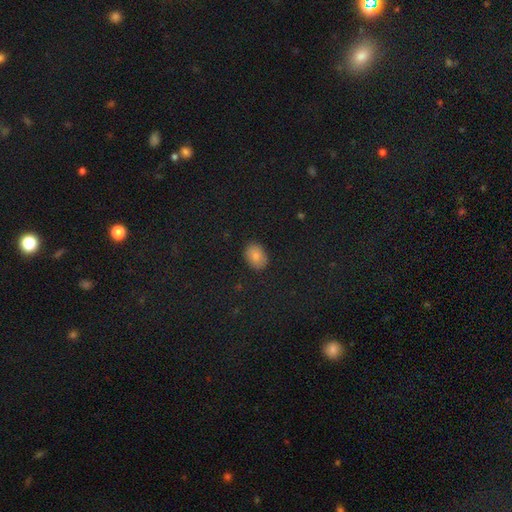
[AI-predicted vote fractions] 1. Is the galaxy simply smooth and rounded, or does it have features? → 83% smooth, 10% star or artifact, 7% featured or disk.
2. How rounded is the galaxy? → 68% in between, 31% round, 1% cigar-shaped.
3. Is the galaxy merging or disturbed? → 87% none, 10% minor disturbance, 2% major disturbance, 1% merger.